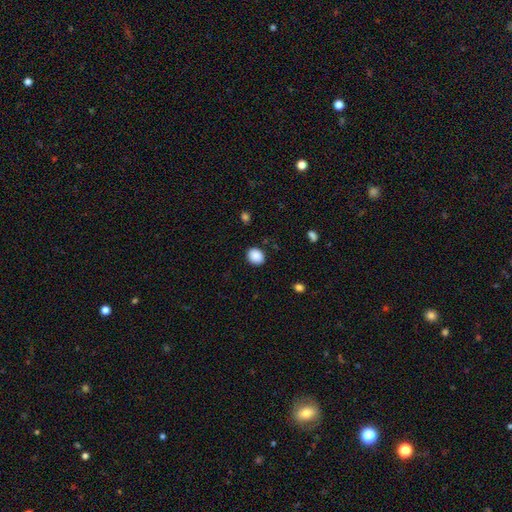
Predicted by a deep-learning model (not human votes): The model was most divided on "how rounded": round: 62%, in between: 38%, cigar-shaped: 1%. More confident: smooth or featured — smooth (89%); merging — none (88%).